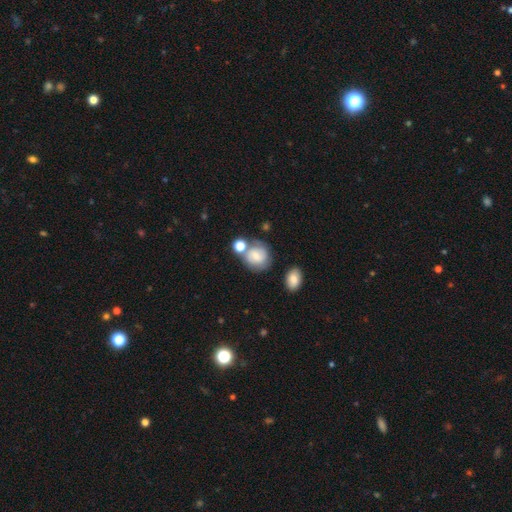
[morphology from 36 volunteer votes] This appears to be a smooth galaxy with no disk features (72%) that is round (85%). Merging: none (35%, tied with merger).